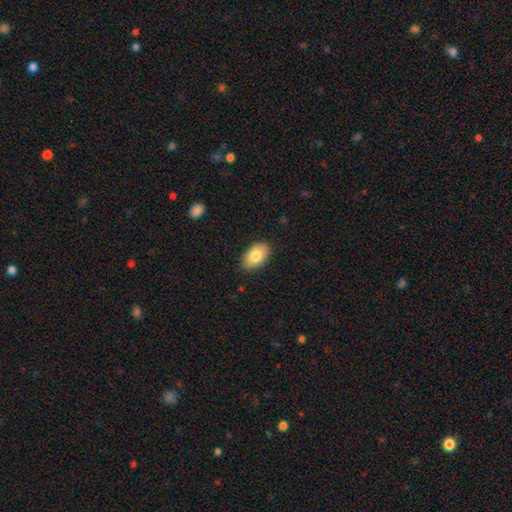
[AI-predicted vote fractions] smooth 82%, featured or disk 11%, star or artifact 7%. Down the decision tree: how rounded — in between (92%); merging — none (86%).